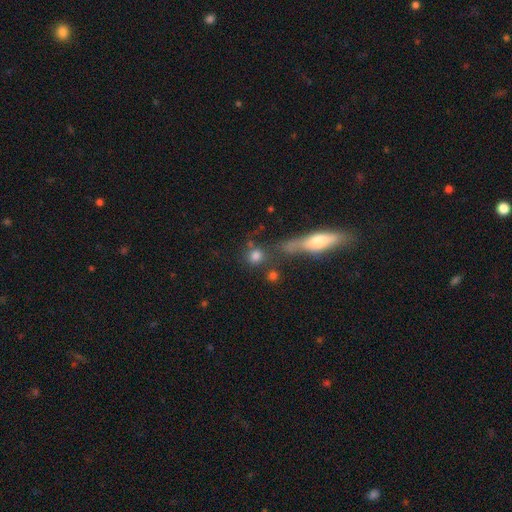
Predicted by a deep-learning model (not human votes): Smooth or featured: smooth — 78% (star or artifact — 12%)
How rounded: round — 79% (in between — 16%)
Merging: none — 62% (merger — 21%)